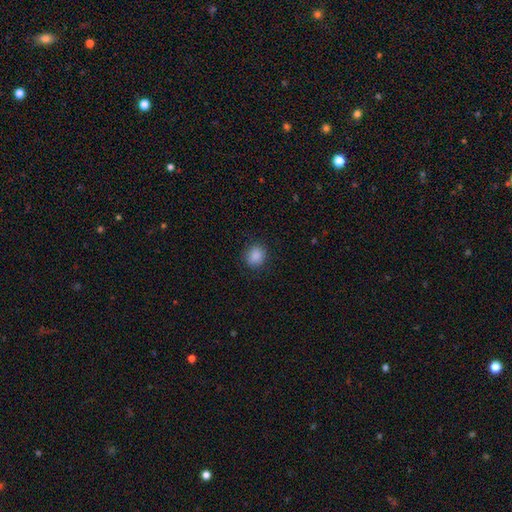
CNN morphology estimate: Smooth or featured?
  - smooth: 87% *
  - star or artifact: 9%
  - featured or disk: 3%
How rounded?
  - round: 75% *
  - in between: 24%
  - cigar-shaped: 1%
Merging?
  - none: 85% *
  - minor disturbance: 10%
  - major disturbance: 3%
  - merger: 1%